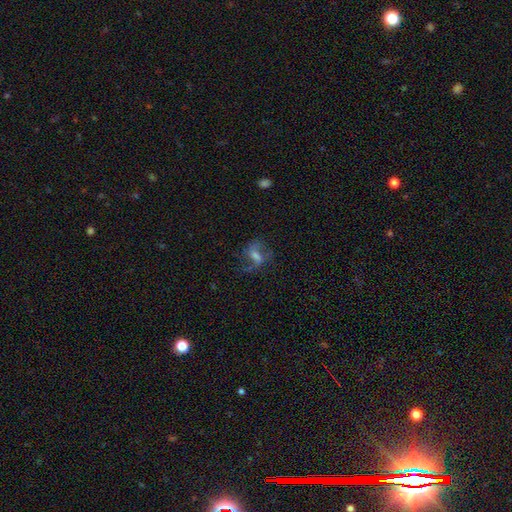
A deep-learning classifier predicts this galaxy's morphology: Q: Smooth or featured?
A: featured or disk (58%); runner-up: smooth (26%)
Q: Edge-on disk?
A: no (94%); runner-up: yes (6%)
Q: Bar?
A: weak (47%); runner-up: no (30%)
Q: Spiral arms?
A: yes (79%); runner-up: no (21%)
Q: Bulge size?
A: moderate (37%); runner-up: small (27%)
Q: Merging?
A: none (57%); runner-up: major disturbance (22%)